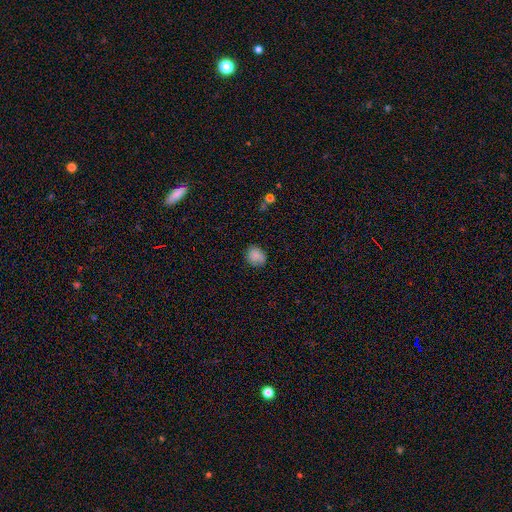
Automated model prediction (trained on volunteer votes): A smooth galaxy with no disk features (83%) that is round (61%). Merging: none (76%).